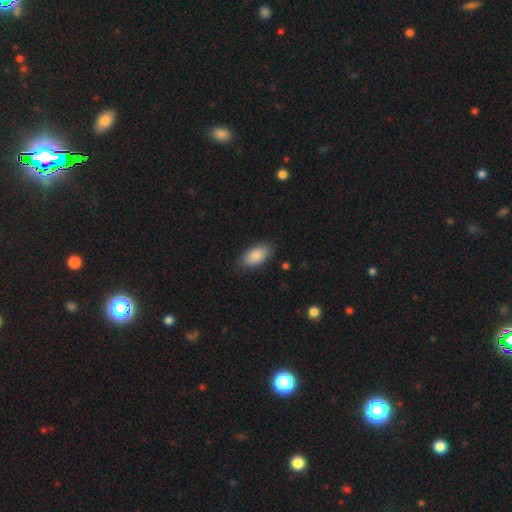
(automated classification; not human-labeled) Smooth or featured: smooth — 88% (star or artifact — 6%)
How rounded: in between — 93% (cigar-shaped — 3%)
Merging: none — 84% (minor disturbance — 12%)